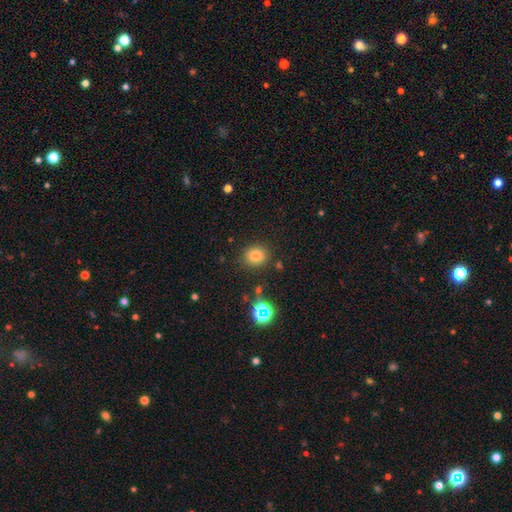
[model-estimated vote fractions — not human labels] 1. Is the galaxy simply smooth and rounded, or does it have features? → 78% smooth, 15% star or artifact, 7% featured or disk.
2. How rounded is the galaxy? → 73% round, 26% in between, 1% cigar-shaped.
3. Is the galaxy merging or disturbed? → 84% none, 9% minor disturbance, 3% major disturbance, 3% merger.